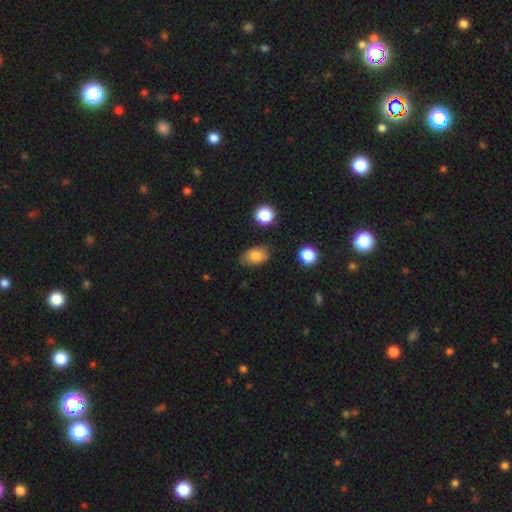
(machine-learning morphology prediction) type=smooth (80%); roundness=in between (85%); merging=none (71%).